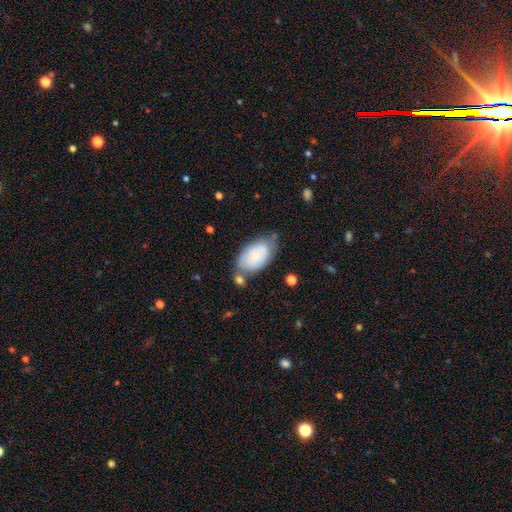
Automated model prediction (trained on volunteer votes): A smooth galaxy with no disk features (71%) that is in between round and cigar-shaped (94%).

Vote fractions:
- Smooth or featured? smooth: 71% / featured or disk: 22% / star or artifact: 7%
- How rounded? in between: 94% / round: 5% / cigar-shaped: 2%
- Merging? none: 49% / minor disturbance: 29% / merger: 13% / major disturbance: 9%